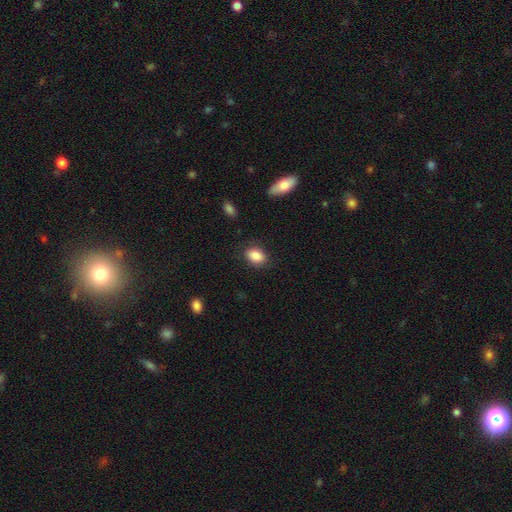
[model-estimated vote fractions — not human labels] Smooth or featured? Predicted: smooth (p=0.86). How rounded? Predicted: in between (p=0.73). Merging? Predicted: none (p=0.84).